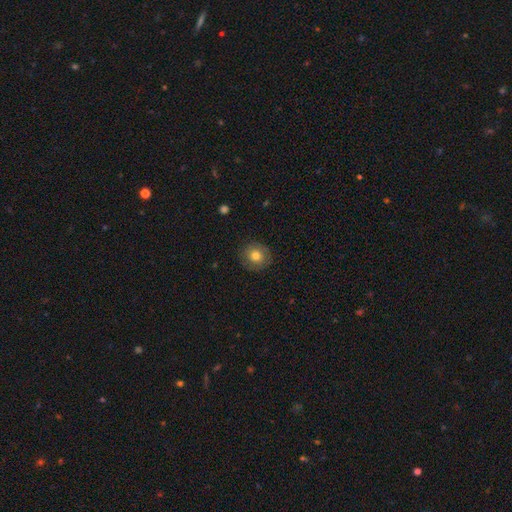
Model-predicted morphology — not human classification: This is likely a smooth galaxy (72%). How rounded: clearly round (86%). Merging: clearly none (86%).